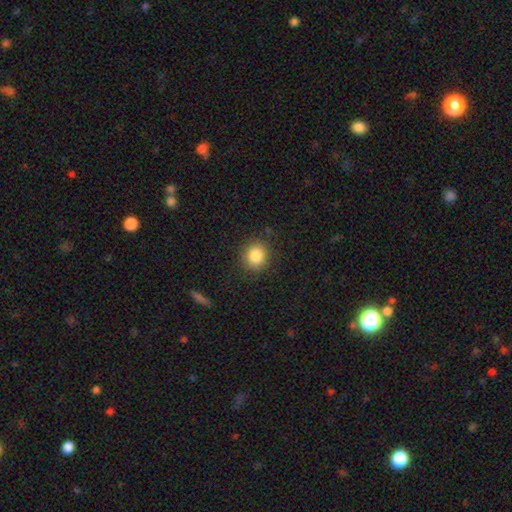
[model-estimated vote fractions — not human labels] A smooth galaxy with no disk features (85%) that is round (79%). Merging: none (86%).